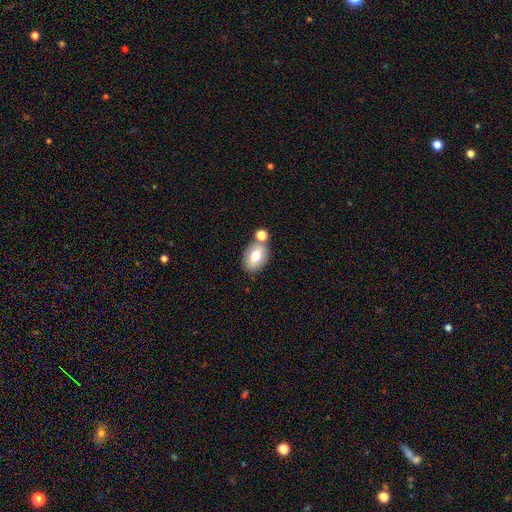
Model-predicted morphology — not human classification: Smooth or featured? Predicted: smooth (p=0.72). How rounded? Predicted: in between (p=0.81). Merging? Predicted: none (p=0.61).